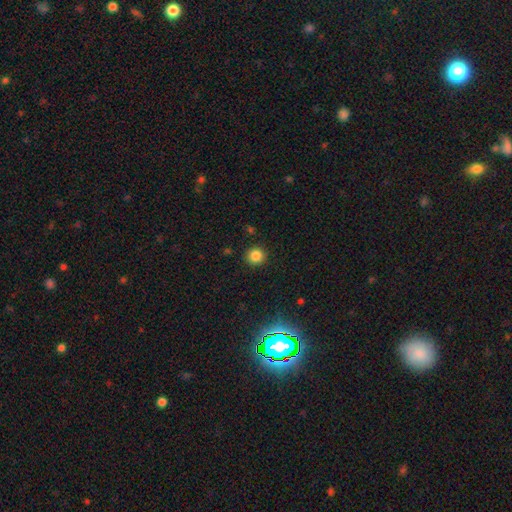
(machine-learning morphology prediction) A smooth galaxy with no disk features (84%) that is round (93%).

Vote fractions:
- Smooth or featured? smooth: 84% / star or artifact: 13% / featured or disk: 4%
- How rounded? round: 93% / in between: 6% / cigar-shaped: 1%
- Merging? none: 91% / minor disturbance: 6% / major disturbance: 2% / merger: 1%